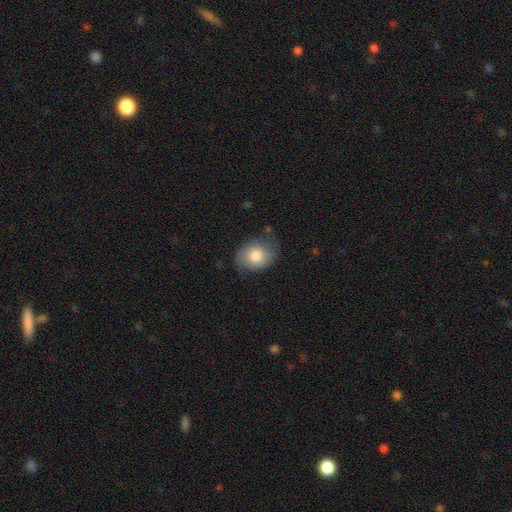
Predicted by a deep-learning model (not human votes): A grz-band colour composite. It shows a smooth galaxy with no disk features (73%) that is in between round and cigar-shaped (56%). Merging: none (64%).